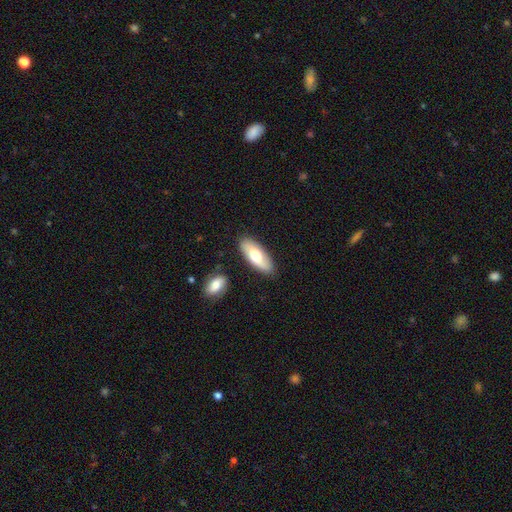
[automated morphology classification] Smooth or featured? Predicted: smooth (p=0.67). How rounded? Predicted: in between (p=0.79). Merging? Predicted: none (p=0.83).